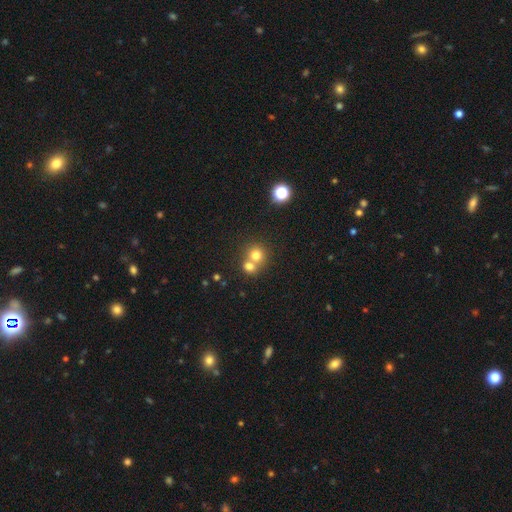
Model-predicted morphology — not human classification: Smooth or featured? smooth (74%)
How rounded? round (85%)
Merging? merger (54%)